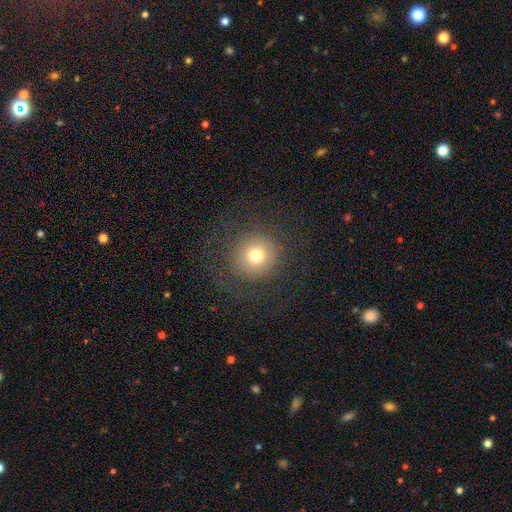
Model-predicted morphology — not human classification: smooth-or-featured: smooth: 72% | star or artifact: 14% | featured or disk: 13%
  how-rounded: round: 94% | in between: 5% | cigar-shaped: 1%
  merging: none: 79% | major disturbance: 11% | minor disturbance: 10% | merger: 1%